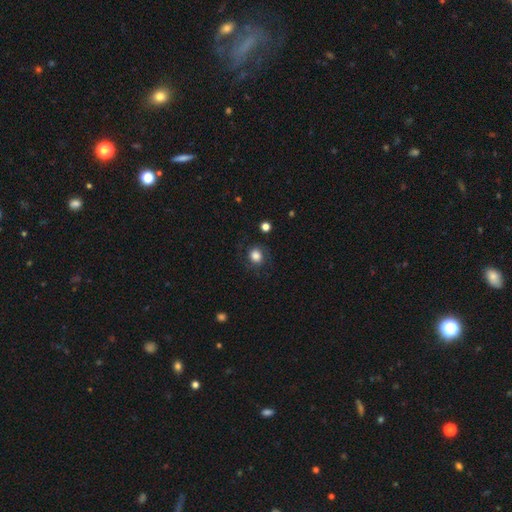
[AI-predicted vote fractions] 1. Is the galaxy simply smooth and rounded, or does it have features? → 81% smooth, 10% star or artifact, 8% featured or disk.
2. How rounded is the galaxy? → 77% round, 22% in between, 1% cigar-shaped.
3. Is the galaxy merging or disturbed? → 79% none, 14% minor disturbance, 6% major disturbance, 1% merger.